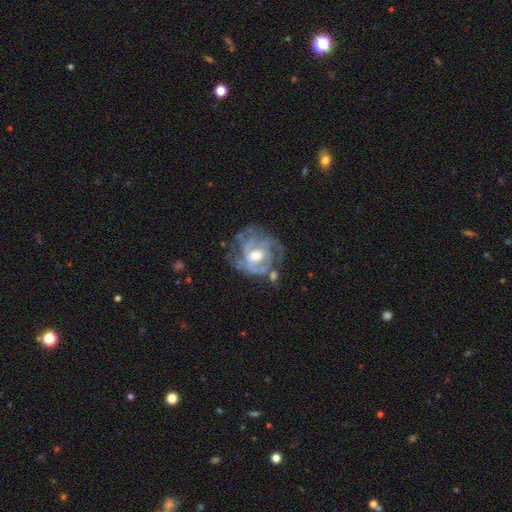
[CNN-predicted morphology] smooth_or_featured: featured or disk (p=0.81) [alt: smooth p=0.13]
disk_edge_on: no (p=0.97) [alt: yes p=0.03]
bar: no (p=0.52) [alt: weak p=0.38]
has_spiral_arms: yes (p=0.76) [alt: no p=0.24]
spiral_winding: tight (p=0.56) [alt: medium p=0.32]
spiral_arm_count: can't tell (p=0.45) [alt: 2 p=0.26]
bulge_size: moderate (p=0.69) [alt: small p=0.16]
merging: none (p=0.53) [alt: minor disturbance p=0.22]